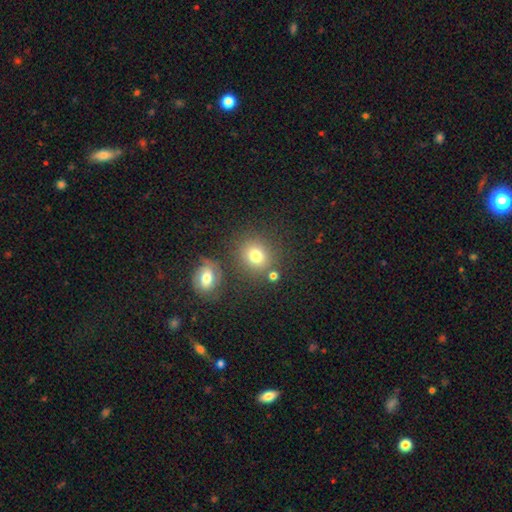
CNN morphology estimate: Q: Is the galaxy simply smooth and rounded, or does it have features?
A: smooth — 76%.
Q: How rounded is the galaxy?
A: round — 80%.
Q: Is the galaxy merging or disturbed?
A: none — 75%.